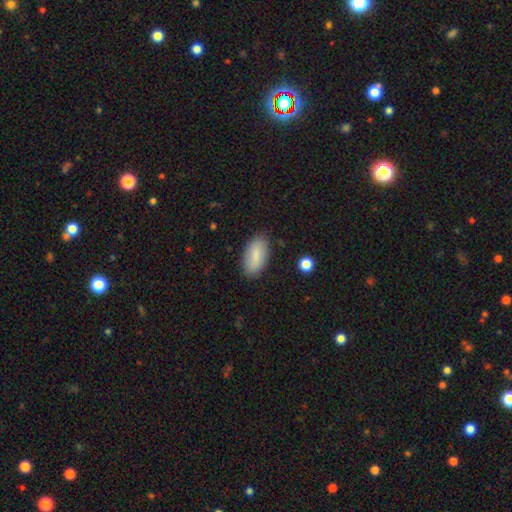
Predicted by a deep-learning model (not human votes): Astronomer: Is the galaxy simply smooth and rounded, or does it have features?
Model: smooth — 83%.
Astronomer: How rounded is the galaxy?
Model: in between — 90%.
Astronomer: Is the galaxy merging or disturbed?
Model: none — 85%.